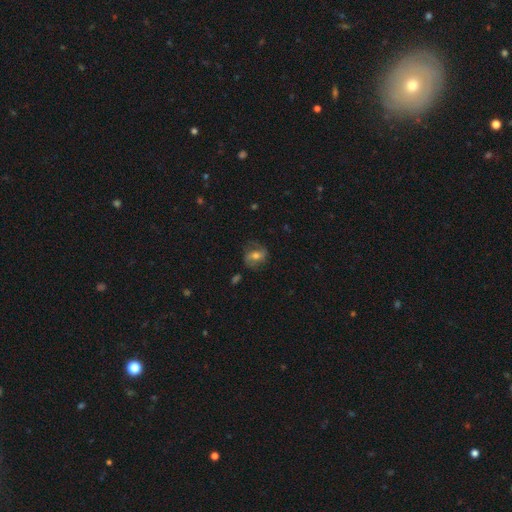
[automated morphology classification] smooth-or-featured: featured or disk: 50% | smooth: 41% | star or artifact: 9%
  merging: none: 69% | minor disturbance: 19% | major disturbance: 9% | merger: 2%